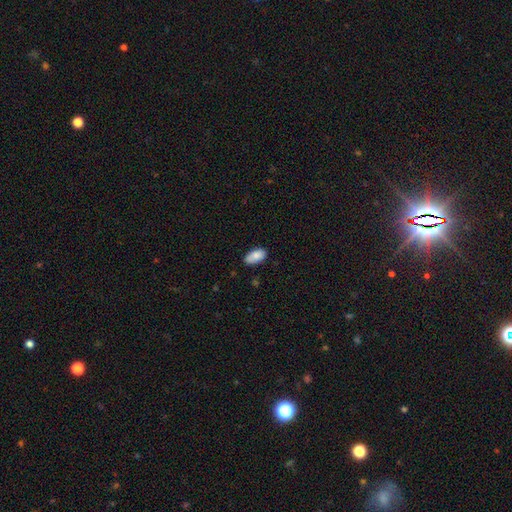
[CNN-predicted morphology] Smooth or featured? smooth (84%)
How rounded? in between (94%)
Merging? none (79%)